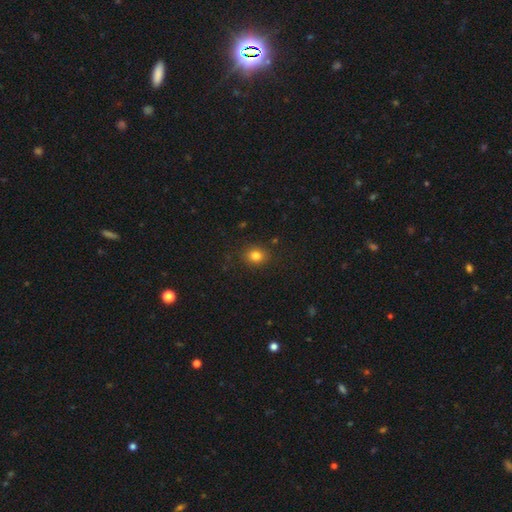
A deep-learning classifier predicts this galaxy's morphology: This appears to be a smooth galaxy with no disk features (82%) that is round (60%). Merging: none (86%).